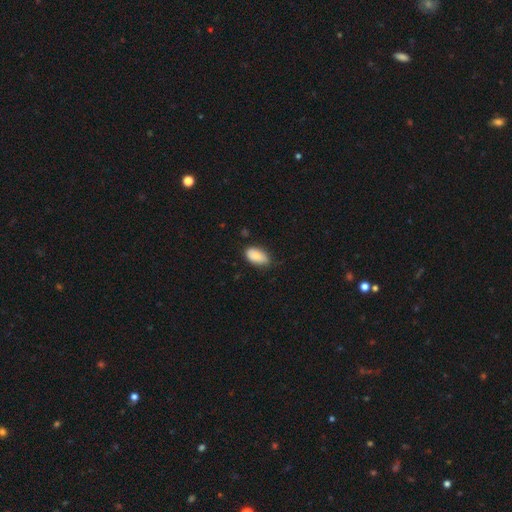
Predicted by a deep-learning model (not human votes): A smooth galaxy with no disk features (80%) that is in between round and cigar-shaped (93%). Merging: none (64%).